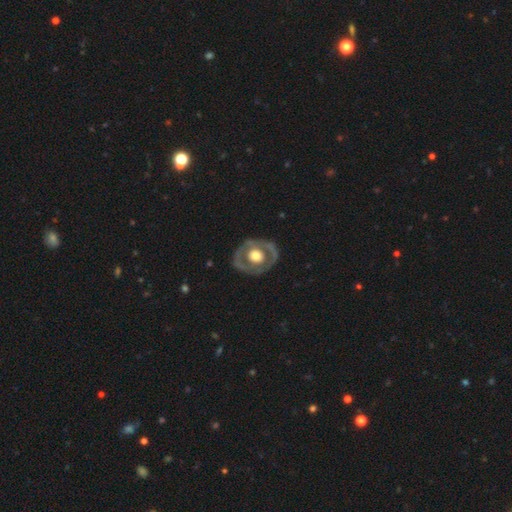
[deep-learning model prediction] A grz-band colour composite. It shows a featured or disk galaxy (64%) with no bar (86%), no spiral arms (80%) and a large central bulge (48%). Merging: none (79%).